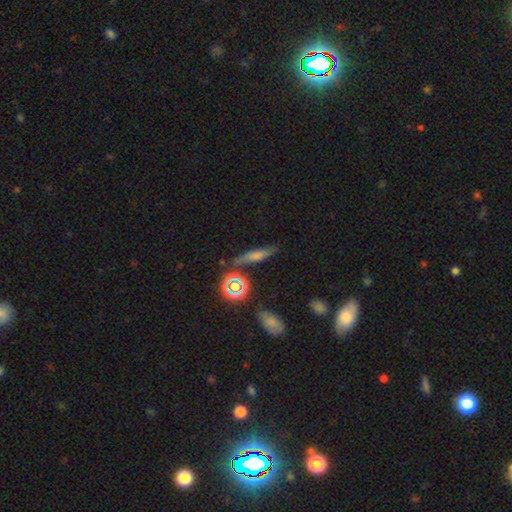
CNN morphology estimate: Smooth or featured? Predicted: smooth (p=0.40). Merging? Predicted: none (p=0.81).